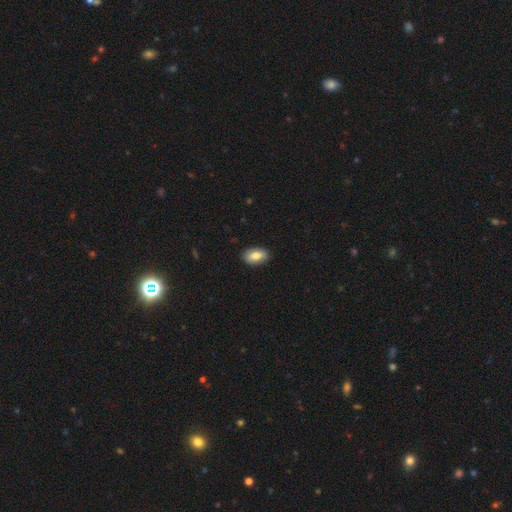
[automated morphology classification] A smooth galaxy with no disk features (75%) that is in between round and cigar-shaped (92%).

Vote fractions:
- Smooth or featured? smooth: 75% / featured or disk: 18% / star or artifact: 7%
- How rounded? in between: 92% / round: 5% / cigar-shaped: 3%
- Merging? none: 87% / minor disturbance: 10% / major disturbance: 2% / merger: 1%